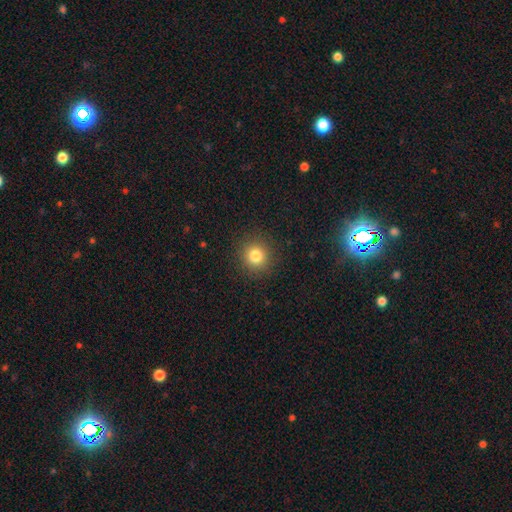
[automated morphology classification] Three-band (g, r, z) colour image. It shows a smooth galaxy with no disk features (81%) that is round (93%). Merging: none (91%).